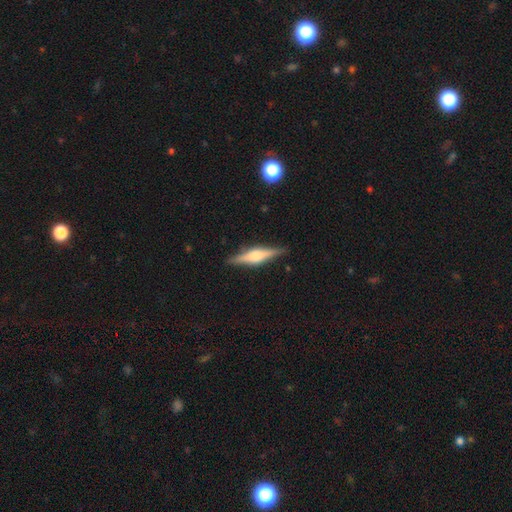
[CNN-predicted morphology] This is likely a featured or disk galaxy (69%). It is clearly viewed edge-on (97%). Edge-on bulge: clearly rounded (81%). Merging: clearly none (89%).